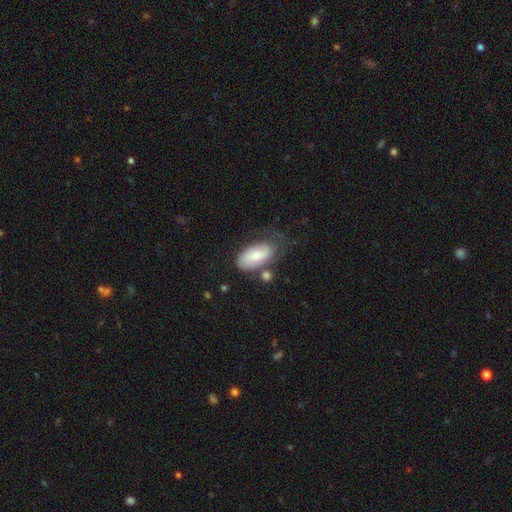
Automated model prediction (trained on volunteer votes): smooth-or-featured: smooth: 64% | featured or disk: 30% | star or artifact: 6%
  how-rounded: in between: 93% | cigar-shaped: 4% | round: 3%
  merging: none: 49% | minor disturbance: 27% | major disturbance: 14% | merger: 10%